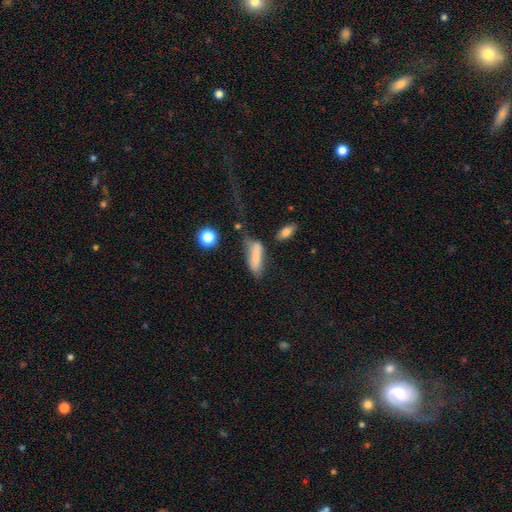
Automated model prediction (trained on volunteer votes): The model was most divided on "merging": none: 37%, minor disturbance: 28%, major disturbance: 23%, merger: 12%. More confident: smooth or featured — smooth (77%); how rounded — in between (57%).